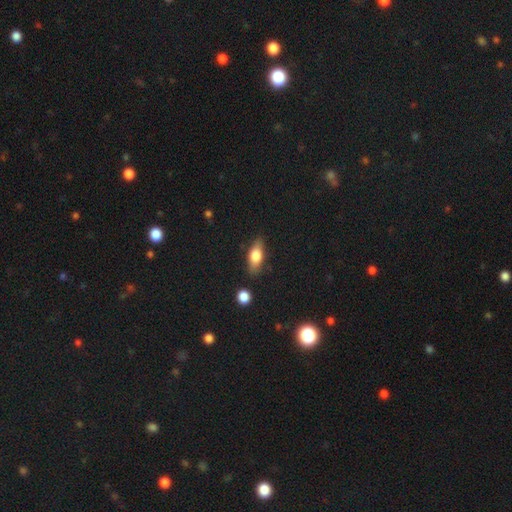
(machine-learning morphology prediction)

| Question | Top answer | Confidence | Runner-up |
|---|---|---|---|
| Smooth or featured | smooth | 70% | featured or disk (23%) |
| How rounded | in between | 77% | cigar-shaped (19%) |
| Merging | none | 81% | minor disturbance (13%) |